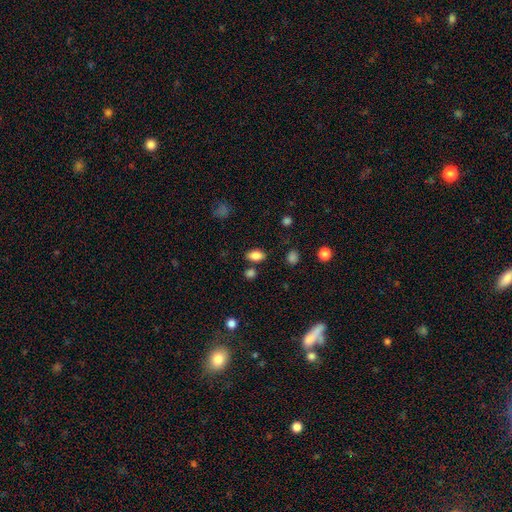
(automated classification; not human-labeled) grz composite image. It shows a smooth galaxy with no disk features (83%) that is in between round and cigar-shaped (87%). Merging: none (79%).